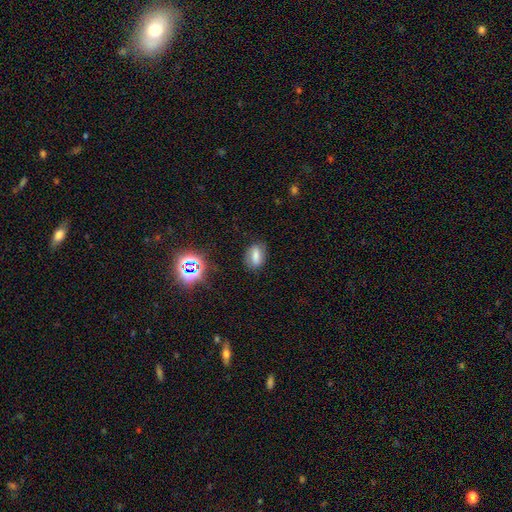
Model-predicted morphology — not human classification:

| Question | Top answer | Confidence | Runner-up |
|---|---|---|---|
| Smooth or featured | smooth | 60% | featured or disk (23%) |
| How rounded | in between | 80% | round (13%) |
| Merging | none | 79% | minor disturbance (15%) |